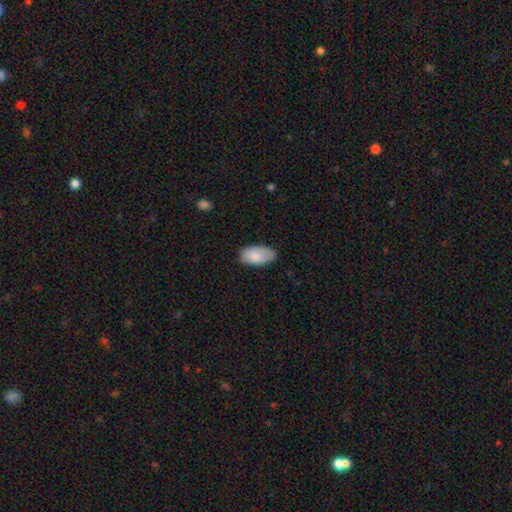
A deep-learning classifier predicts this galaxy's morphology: type=smooth (85%); roundness=in between (95%); merging=none (74%).